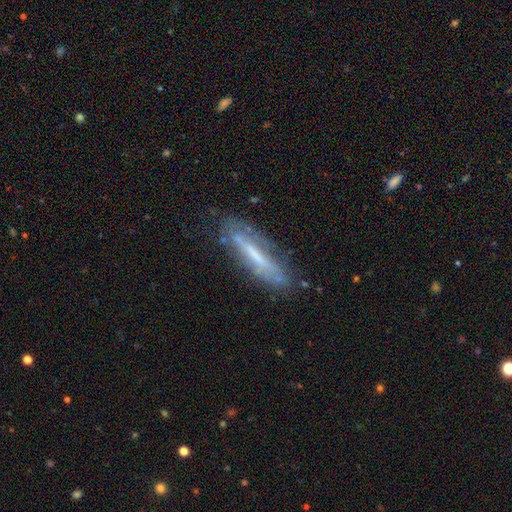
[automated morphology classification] This is possibly a featured or disk galaxy (58%). It is likely viewed edge-on (61%). Merging: likely none (71%).